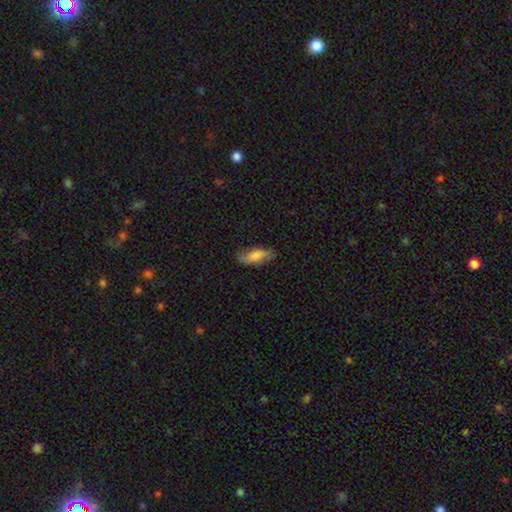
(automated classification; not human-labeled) This is likely a smooth galaxy (74%). How rounded: likely in between (75%). Merging: likely none (75%).